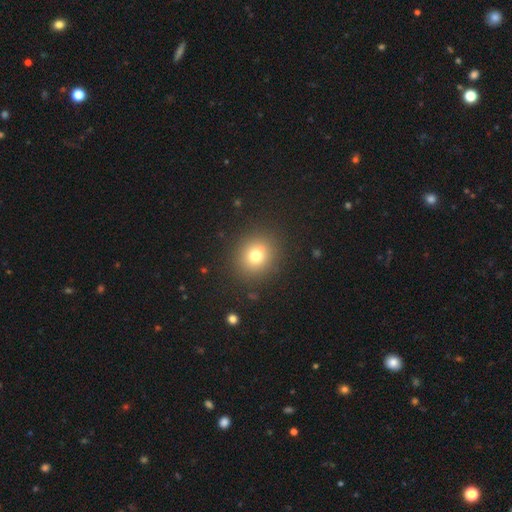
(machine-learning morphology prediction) smooth-or-featured: smooth: 75% | star or artifact: 15% | featured or disk: 10%
  how-rounded: round: 80% | in between: 19% | cigar-shaped: 1%
  merging: none: 88% | minor disturbance: 7% | major disturbance: 3% | merger: 2%